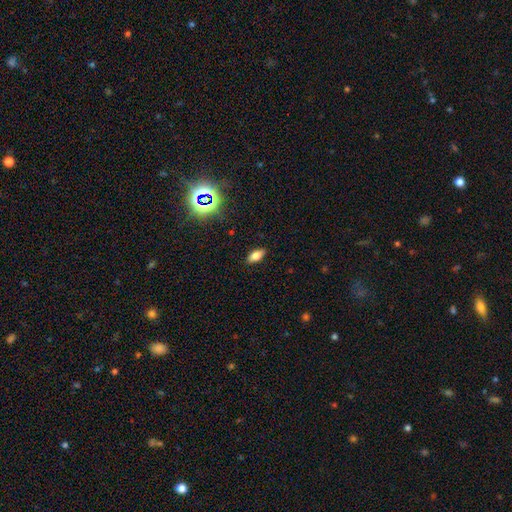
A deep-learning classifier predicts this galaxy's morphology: This appears to be a smooth galaxy with no disk features (75%) that is in between round and cigar-shaped (86%). Merging: none (89%).